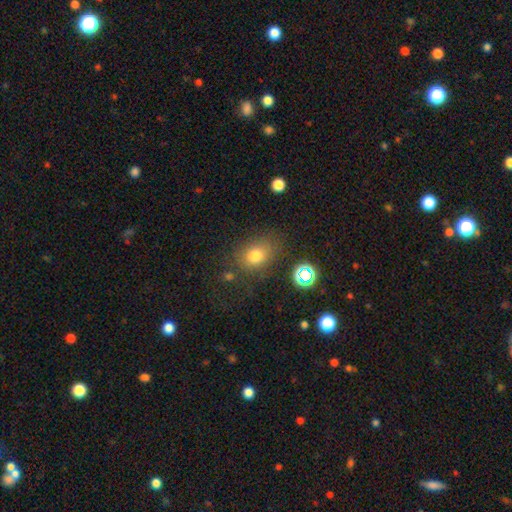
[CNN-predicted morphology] Q: Smooth or featured?
A: smooth (73%); runner-up: star or artifact (17%)
Q: How rounded?
A: in between (55%); runner-up: round (44%)
Q: Merging?
A: none (74%); runner-up: minor disturbance (15%)